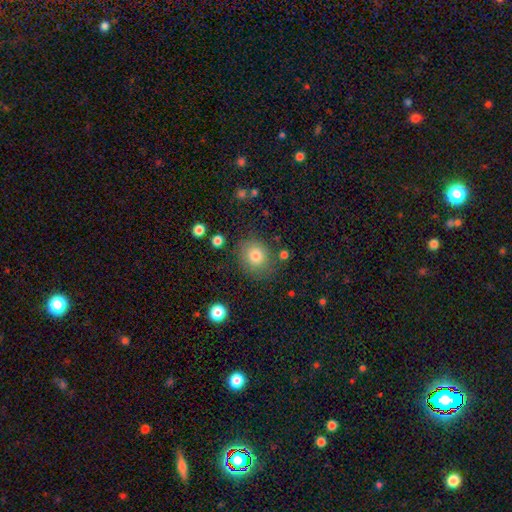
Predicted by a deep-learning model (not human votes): Q: Smooth or featured?
A: smooth (79%); runner-up: star or artifact (11%)
Q: How rounded?
A: round (77%); runner-up: in between (22%)
Q: Merging?
A: none (79%); runner-up: minor disturbance (13%)